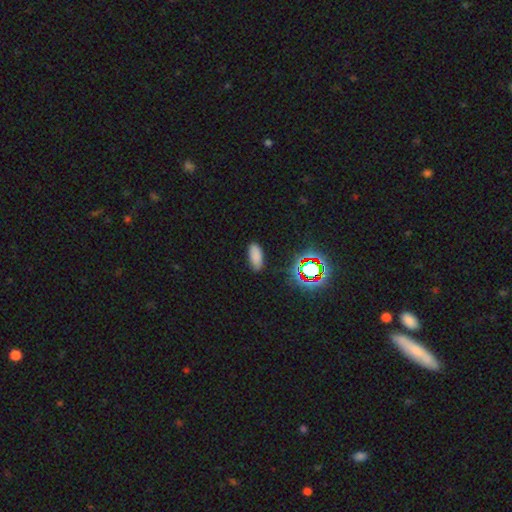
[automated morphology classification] This appears to be a smooth galaxy with no disk features (77%) that is in between round and cigar-shaped (85%). Merging: none (83%).